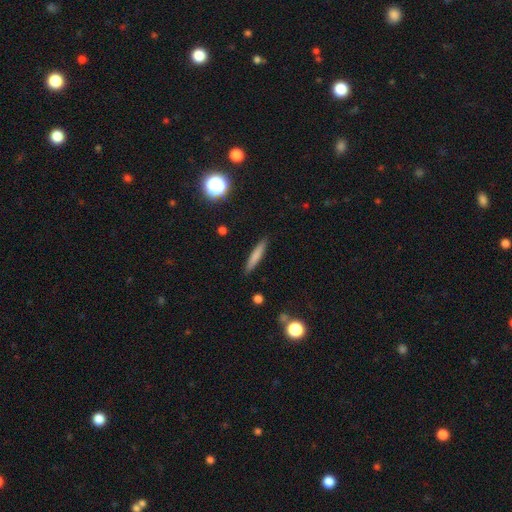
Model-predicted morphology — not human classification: This appears to be a smooth galaxy with no disk features (76%) that is cigar-shaped (91%). Merging: none (89%).